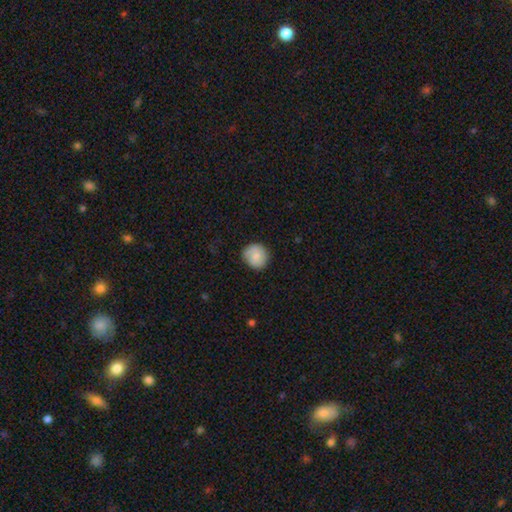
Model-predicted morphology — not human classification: The model was most divided on "merging": none: 79%, minor disturbance: 16%, major disturbance: 3%, merger: 1%. More confident: how rounded — round (89%); smooth or featured — smooth (79%).